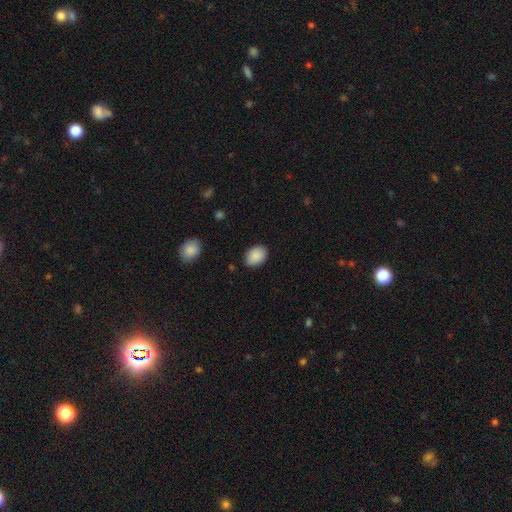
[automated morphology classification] The model was most divided on "how rounded": in between: 76%, round: 23%, cigar-shaped: 1%. More confident: smooth or featured — smooth (89%); merging — none (85%).